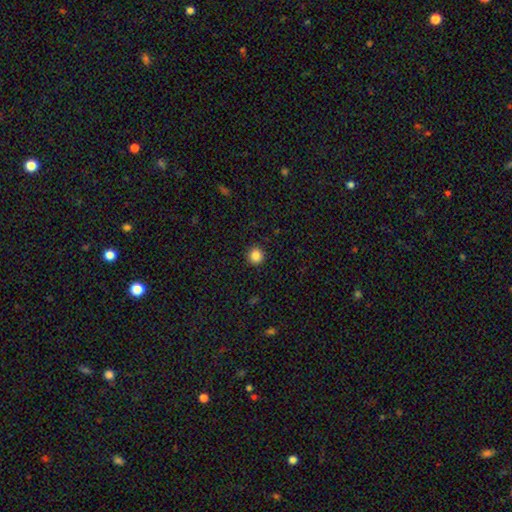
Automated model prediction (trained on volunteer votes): The model was most divided on "smooth or featured": smooth: 85%, star or artifact: 11%, featured or disk: 4%. More confident: how rounded — round (94%); merging — none (93%).